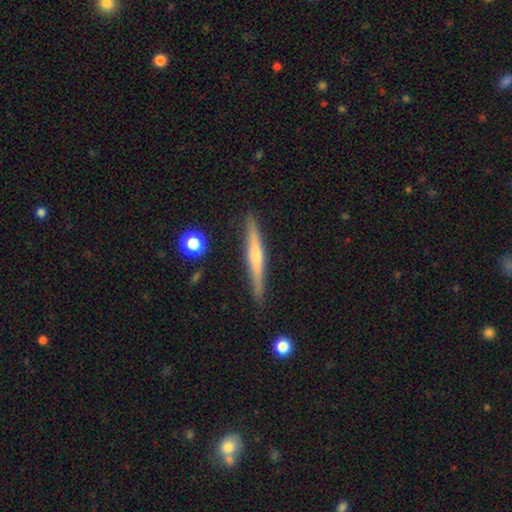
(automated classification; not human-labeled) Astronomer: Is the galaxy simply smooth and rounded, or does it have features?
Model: featured or disk — 56% (runner-up: smooth, 38%).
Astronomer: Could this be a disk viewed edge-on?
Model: yes — 97%.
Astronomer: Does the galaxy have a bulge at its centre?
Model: rounded — 58% (runner-up: none, 33%).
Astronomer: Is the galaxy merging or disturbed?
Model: none — 89%.